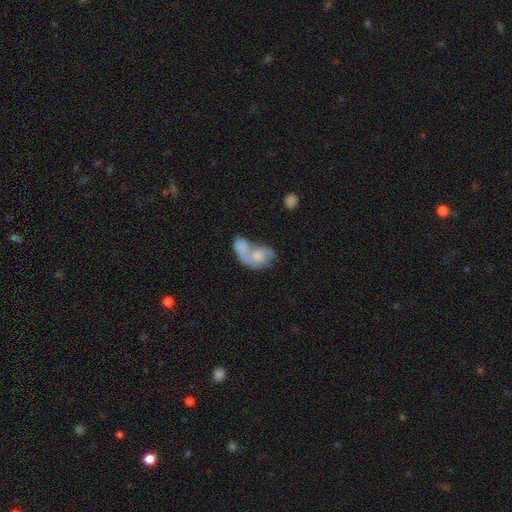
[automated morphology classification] smooth-or-featured: smooth: 57% | featured or disk: 35% | star or artifact: 7%
  how-rounded: in between: 81% | round: 17% | cigar-shaped: 2%
  merging: merger: 69% | none: 14% | major disturbance: 9% | minor disturbance: 8%